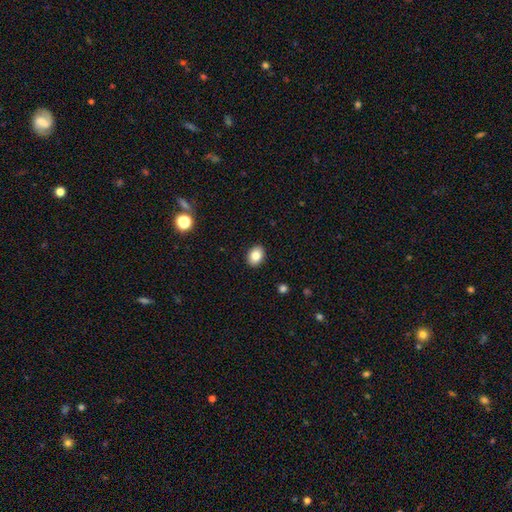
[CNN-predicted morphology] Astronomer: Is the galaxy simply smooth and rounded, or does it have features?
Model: smooth — 83%.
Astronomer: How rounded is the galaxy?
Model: in between — 67%.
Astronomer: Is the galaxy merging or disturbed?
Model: none — 91%.